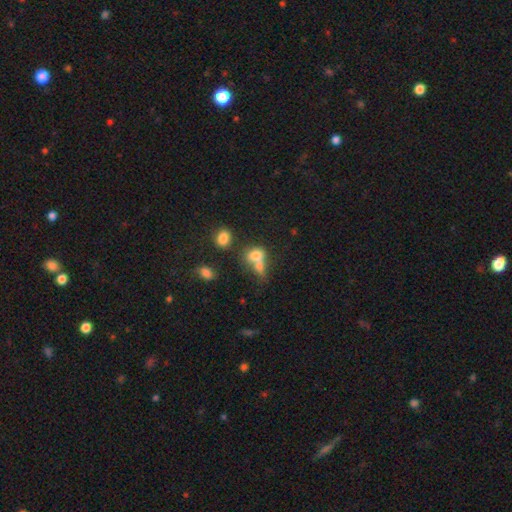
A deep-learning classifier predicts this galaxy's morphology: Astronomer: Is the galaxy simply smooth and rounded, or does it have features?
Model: smooth — 72%.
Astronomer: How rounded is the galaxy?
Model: in between — 54% (runner-up: round, 43%).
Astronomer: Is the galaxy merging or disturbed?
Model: merger — 63%.